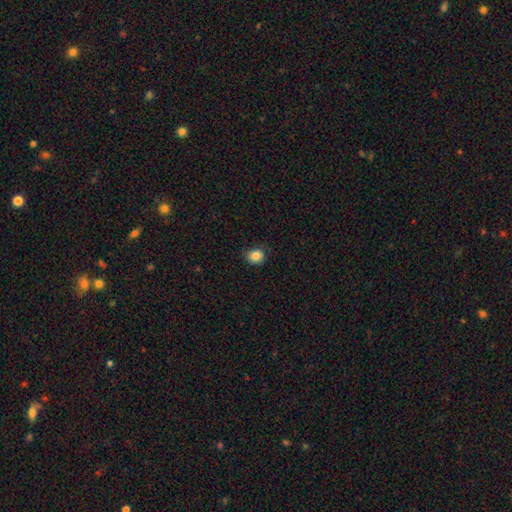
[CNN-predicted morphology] smooth 85%, star or artifact 11%, featured or disk 4%. Down the decision tree: how rounded — round (81%); merging — none (83%).